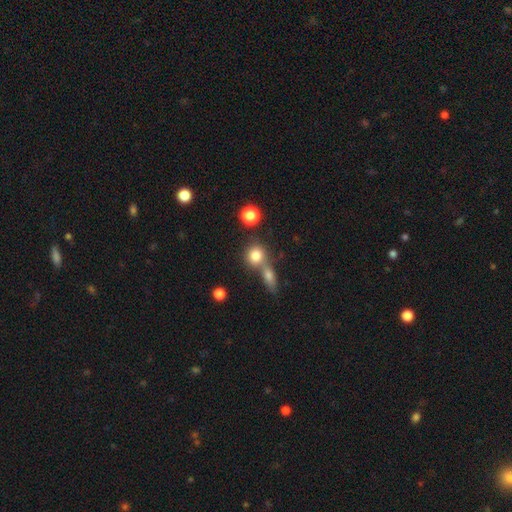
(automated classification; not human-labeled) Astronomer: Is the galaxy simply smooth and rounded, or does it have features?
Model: smooth — 80%.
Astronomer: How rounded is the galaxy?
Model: round — 82%.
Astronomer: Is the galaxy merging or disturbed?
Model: none — 49% (runner-up: merger, 39%).